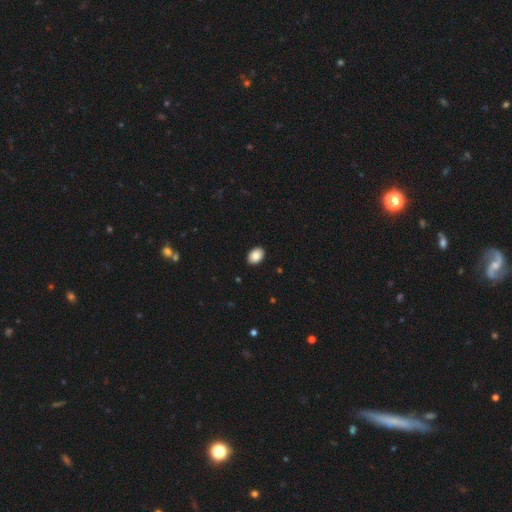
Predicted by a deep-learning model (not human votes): Smooth or featured: smooth — 88% (star or artifact — 8%)
How rounded: in between — 80% (round — 19%)
Merging: none — 91% (minor disturbance — 6%)